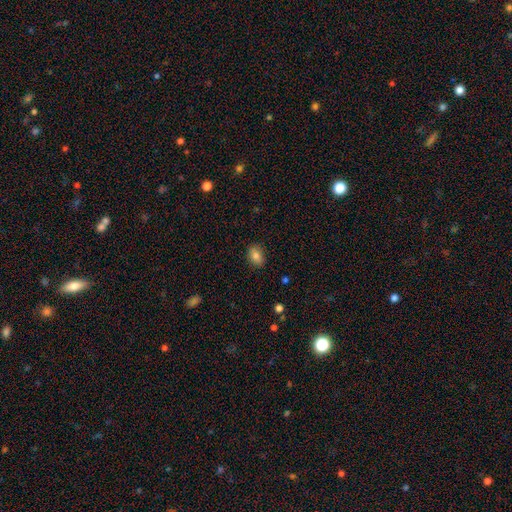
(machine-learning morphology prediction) Smooth or featured? Predicted: smooth (p=0.82). How rounded? Predicted: in between (p=0.80). Merging? Predicted: none (p=0.87).